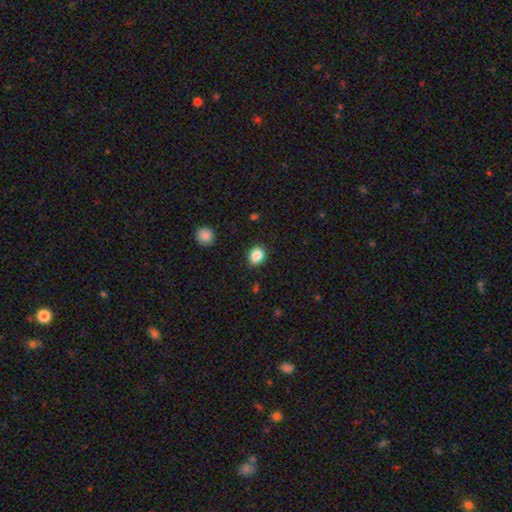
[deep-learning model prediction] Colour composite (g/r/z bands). It shows a smooth galaxy with no disk features (86%) that is round (54%). Merging: none (82%).